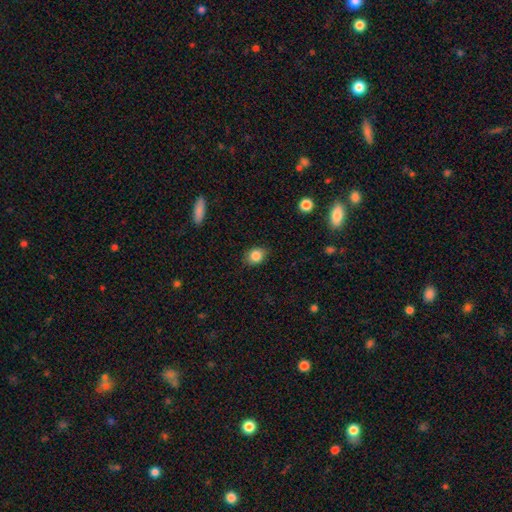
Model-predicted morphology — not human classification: Smooth or featured: smooth — 85% (star or artifact — 9%)
How rounded: round — 52% (in between — 46%)
Merging: none — 83% (minor disturbance — 13%)